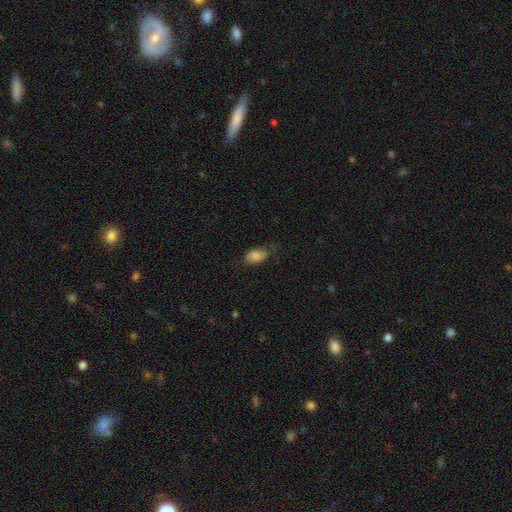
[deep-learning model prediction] Overall: smooth (80%). How rounded: in between (86%). Merging: none (63%; minor disturbance 26%).